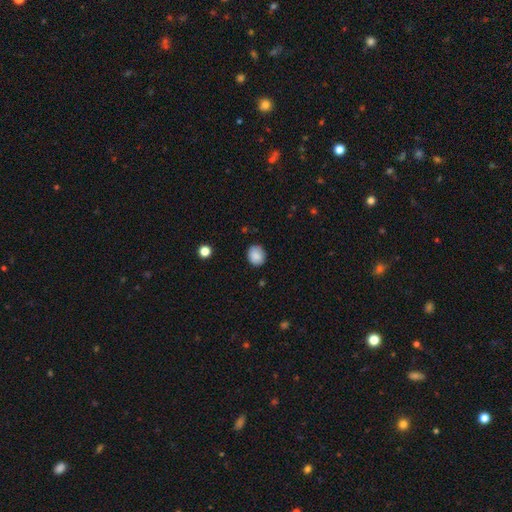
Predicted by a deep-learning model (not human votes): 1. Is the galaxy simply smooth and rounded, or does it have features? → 87% smooth, 8% star or artifact, 5% featured or disk.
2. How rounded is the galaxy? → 64% round, 35% in between, 1% cigar-shaped.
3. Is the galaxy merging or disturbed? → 84% none, 12% minor disturbance, 2% major disturbance, 1% merger.